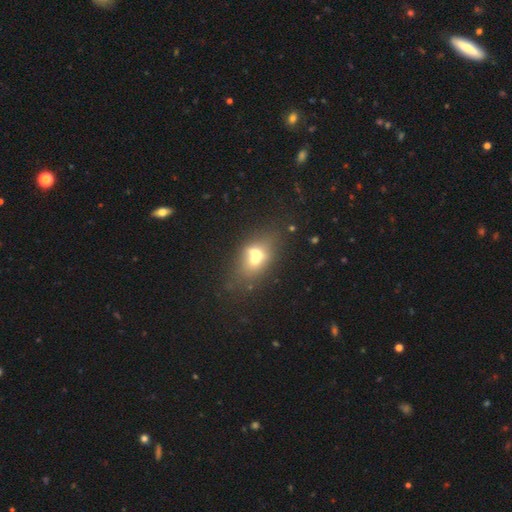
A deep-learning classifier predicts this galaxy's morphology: Smooth or featured? Predicted: smooth (p=0.53). How rounded? Predicted: in between (p=0.69). Merging? Predicted: merger (p=0.50).